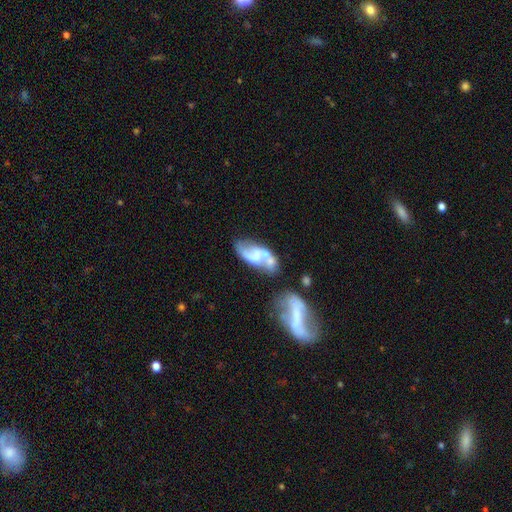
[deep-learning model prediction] Smooth or featured?
  - featured or disk: 72% *
  - smooth: 21%
  - star or artifact: 7%
Edge-on disk?
  - no: 94% *
  - yes: 6%
Bar?
  - no: 43% *
  - weak: 40%
  - strong: 17%
Spiral arms?
  - yes: 80% *
  - no: 20%
Spiral winding?
  - loose: 58% *
  - medium: 32%
  - tight: 10%
Spiral arm count?
  - 2: 83% *
  - can't tell: 9%
  - 1: 5%
  - 3: 2%
  - 4: 1%
  - more than 4: 1%
Bulge size?
  - none: 36% *
  - small: 32%
  - moderate: 24%
  - large: 5%
  - dominant: 2%
Merging?
  - none: 34% * (tied)
  - merger: 34% * (tied)
  - minor disturbance: 18%
  - major disturbance: 13%